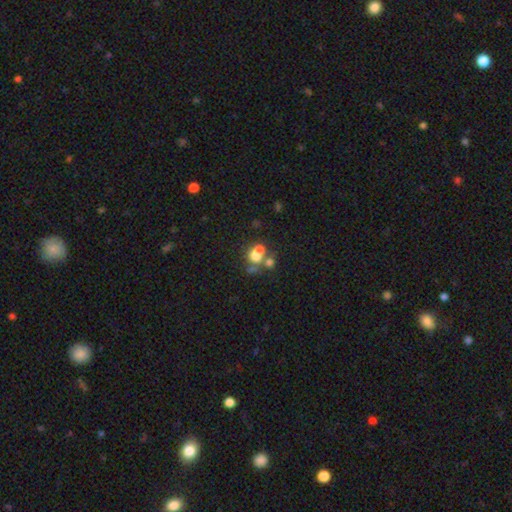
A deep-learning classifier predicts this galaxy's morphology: This appears to be a smooth galaxy with no disk features (59%) that is round (64%). Merging: merger (53%).